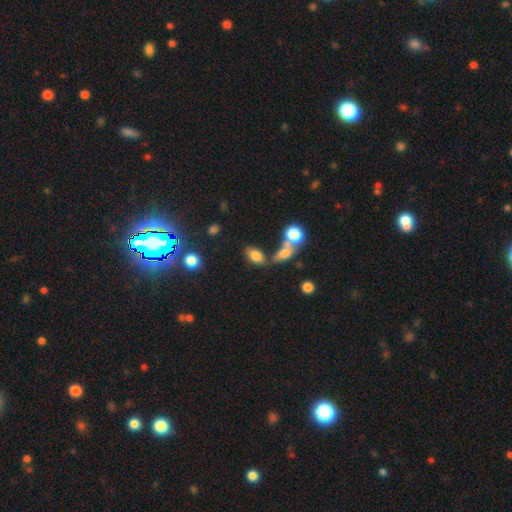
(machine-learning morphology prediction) Smooth or featured?
  - smooth: 76% *
  - featured or disk: 13%
  - star or artifact: 11%
How rounded?
  - in between: 88% *
  - round: 8%
  - cigar-shaped: 5%
Merging?
  - none: 49% *
  - merger: 29%
  - minor disturbance: 14%
  - major disturbance: 8%